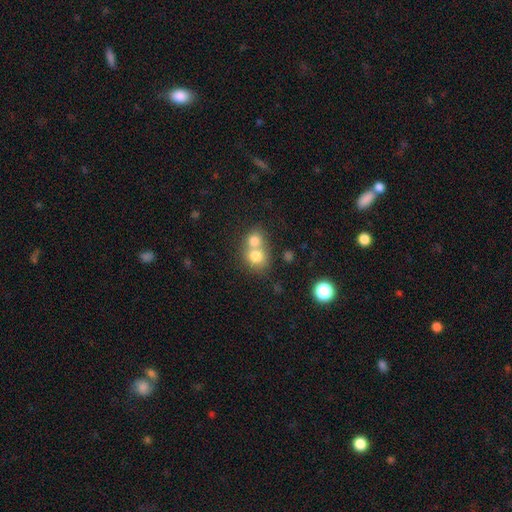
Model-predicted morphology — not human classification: Smooth or featured? smooth (75%)
How rounded? round (75%)
Merging? merger (62%)